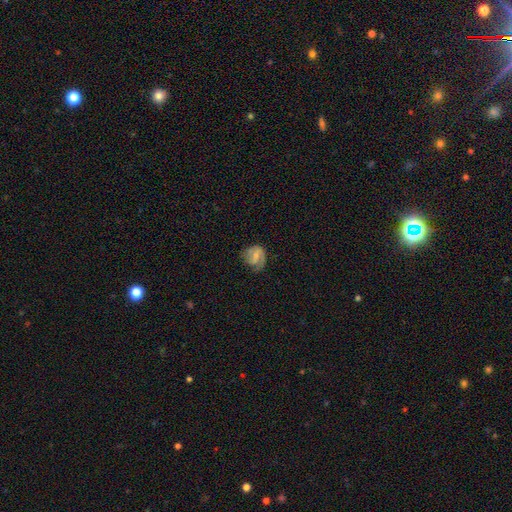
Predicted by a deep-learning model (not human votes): featured or disk 58%, smooth 34%, star or artifact 8%. Down the decision tree: edge-on disk — no (98%); bar — weak (51%); spiral arms — yes (86%); bulge size — small (54%); merging — none (57%).